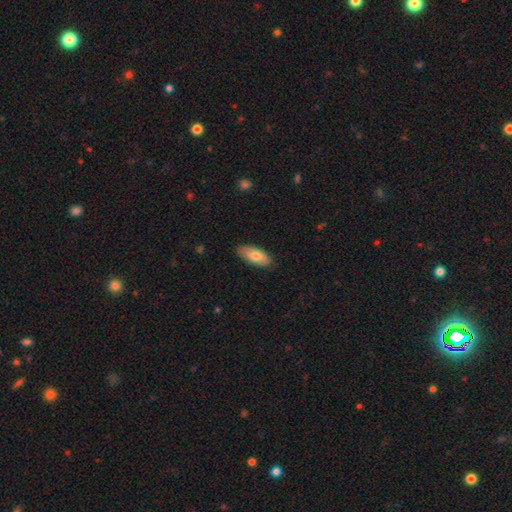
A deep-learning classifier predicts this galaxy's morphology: smooth-or-featured: smooth: 76% | featured or disk: 18% | star or artifact: 6%
  how-rounded: in between: 86% | cigar-shaped: 12% | round: 2%
  merging: none: 86% | minor disturbance: 11% | major disturbance: 2% | merger: 1%